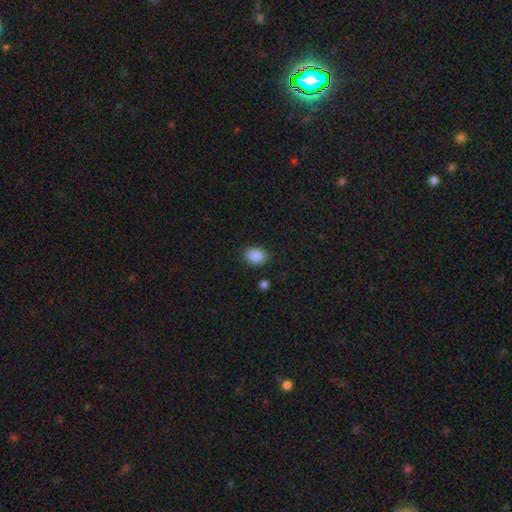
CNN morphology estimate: smooth_or_featured: smooth (p=0.89) [alt: star or artifact p=0.09]
how_rounded: in between (p=0.65) [alt: round p=0.34]
merging: none (p=0.85) [alt: minor disturbance p=0.11]